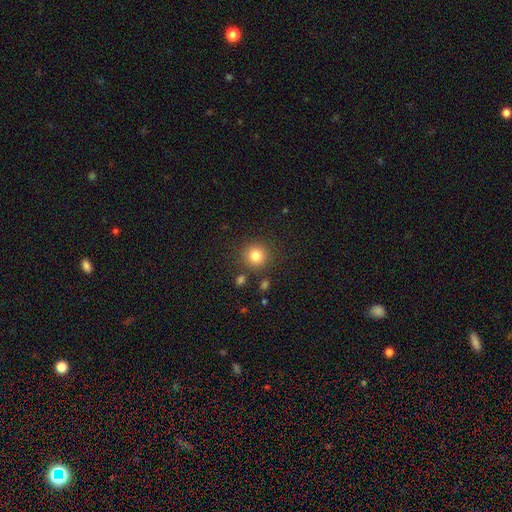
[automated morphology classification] Smooth or featured? smooth (82%)
How rounded? round (93%)
Merging? none (86%)